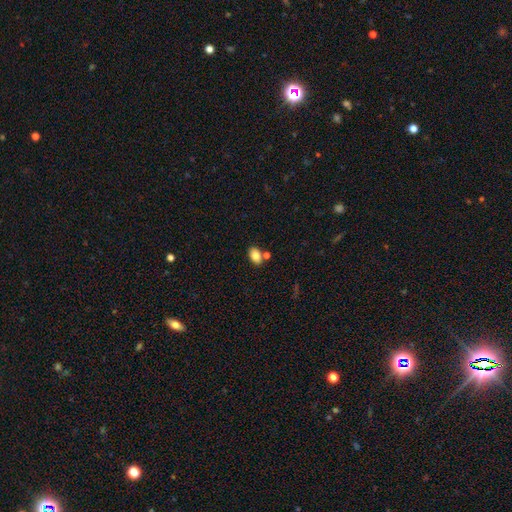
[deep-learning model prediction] smooth 83%, star or artifact 9%, featured or disk 8%. Down the decision tree: how rounded — in between (86%); merging — none (69%).